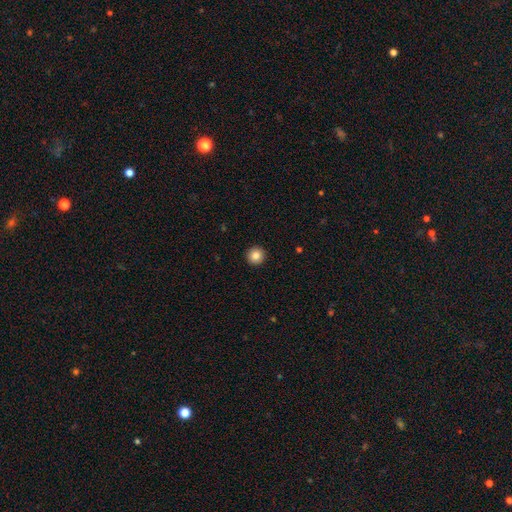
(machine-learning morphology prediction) A smooth galaxy with no disk features (85%) that is round (96%).

Vote fractions:
- Smooth or featured? smooth: 85% / star or artifact: 9% / featured or disk: 6%
- How rounded? round: 96% / in between: 3% / cigar-shaped: 1%
- Merging? none: 94% / minor disturbance: 4% / major disturbance: 1% / merger: 1%